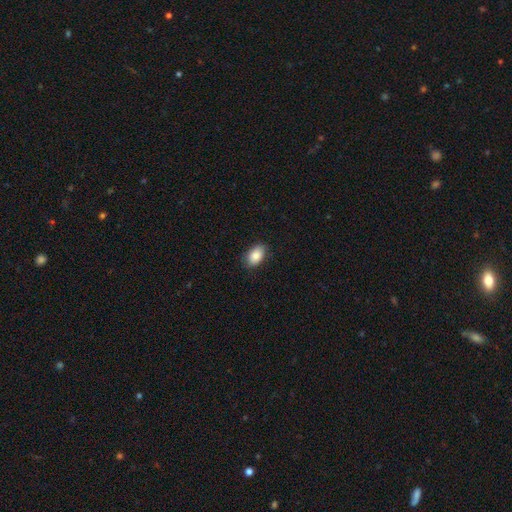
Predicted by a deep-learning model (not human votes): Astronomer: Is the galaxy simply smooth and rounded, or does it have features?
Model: smooth — 87%.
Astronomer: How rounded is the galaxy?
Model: in between — 89%.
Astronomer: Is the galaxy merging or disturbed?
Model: none — 84%.